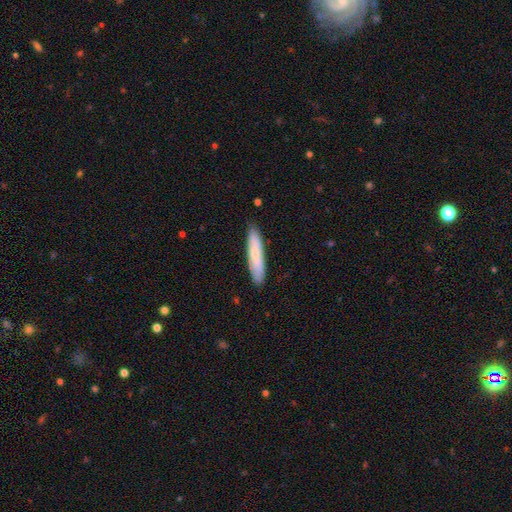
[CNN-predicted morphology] smooth-or-featured: smooth: 72% | featured or disk: 22% | star or artifact: 5%
  how-rounded: cigar-shaped: 86% | in between: 13% | round: 1%
  merging: none: 87% | minor disturbance: 10% | major disturbance: 2% | merger: 1%